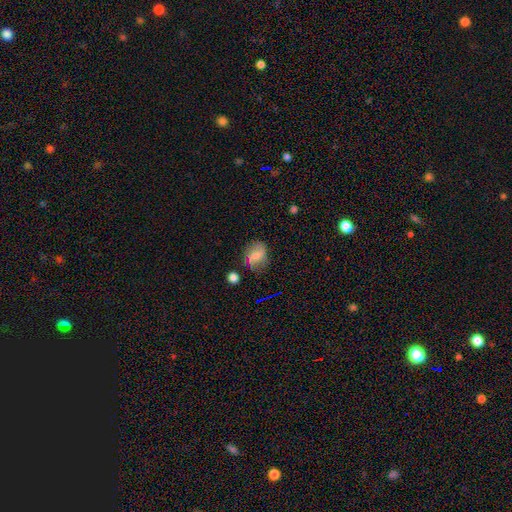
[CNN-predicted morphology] This is possibly a smooth galaxy (51%). How rounded: possibly in between (52%). Merging: likely none (68%).